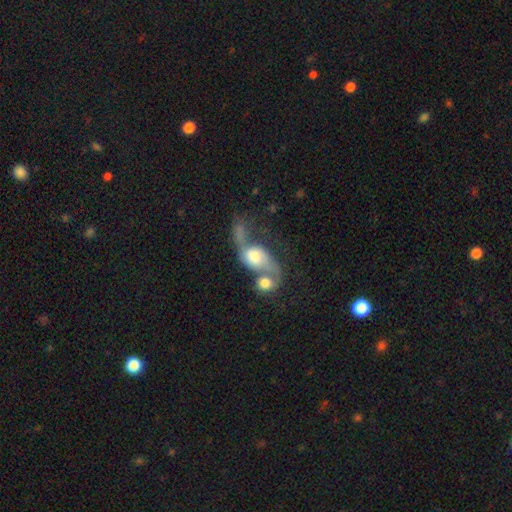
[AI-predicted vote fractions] A featured or disk galaxy (60%) with no bar (67%), spiral arms (76%) and a moderate central bulge (36%).

Vote fractions:
- Smooth or featured? featured or disk: 60% / smooth: 32% / star or artifact: 8%
- Edge-on disk? no: 93% / yes: 7%
- Bar? no: 67% / weak: 25% / strong: 7%
- Spiral arms? yes: 76% / no: 24%
- Bulge size? moderate: 36% / large: 32% / small: 17% / none: 8% / dominant: 7%
- Merging? merger: 65% / major disturbance: 15% / none: 12% / minor disturbance: 7%